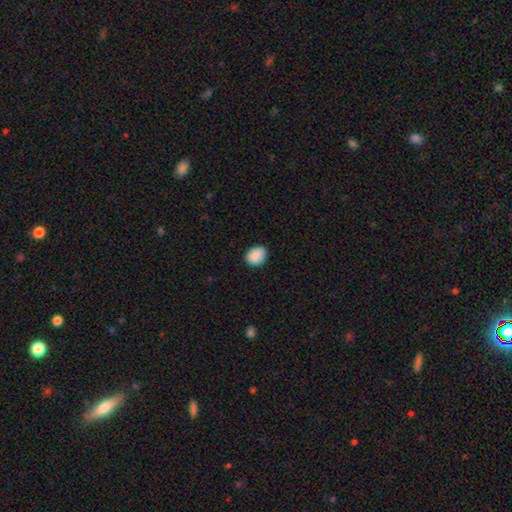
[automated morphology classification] Q: Smooth or featured?
A: smooth (88%); runner-up: star or artifact (8%)
Q: How rounded?
A: in between (53%); runner-up: round (47%)
Q: Merging?
A: none (80%); runner-up: minor disturbance (16%)